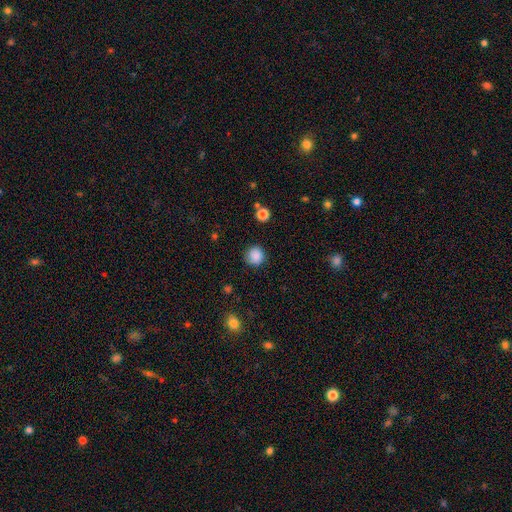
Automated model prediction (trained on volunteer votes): smooth 86%, star or artifact 10%, featured or disk 4%. Down the decision tree: how rounded — round (92%); merging — none (85%).